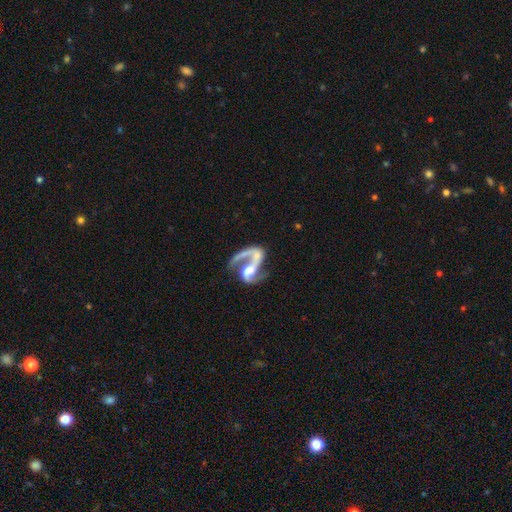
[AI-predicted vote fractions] Smooth or featured: featured or disk — 86% (smooth — 8%)
Edge-on disk: no — 97% (yes — 3%)
Bar: no — 36% (tied with weak — 36%)
Spiral arms: yes — 93% (no — 7%)
Spiral winding: loose — 50% (medium — 40%)
Spiral arm count: 2 — 69% (1 — 24%)
Bulge size: moderate — 53% (small — 20%)
Merging: none — 36% (major disturbance — 28%)